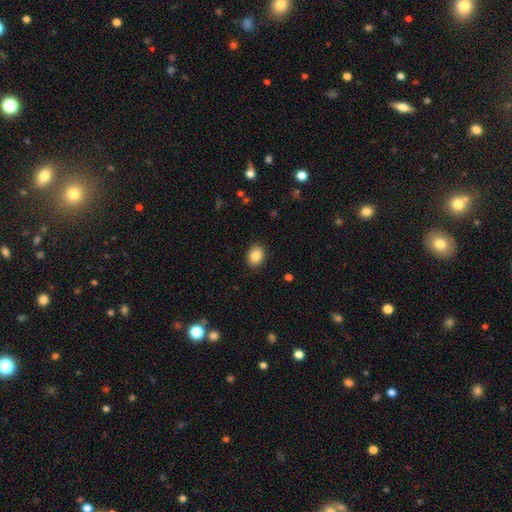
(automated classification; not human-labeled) Smooth or featured: smooth — 86% (star or artifact — 9%)
How rounded: round — 52% (in between — 47%)
Merging: none — 90% (minor disturbance — 7%)